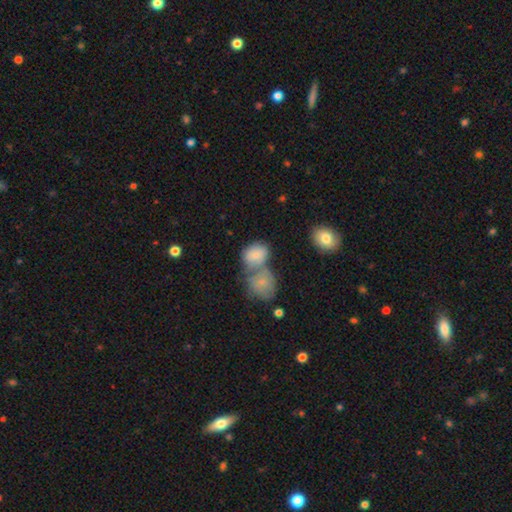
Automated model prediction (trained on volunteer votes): A smooth galaxy with no disk features (75%) that is in between round and cigar-shaped (58%). Merging: merger (56%).